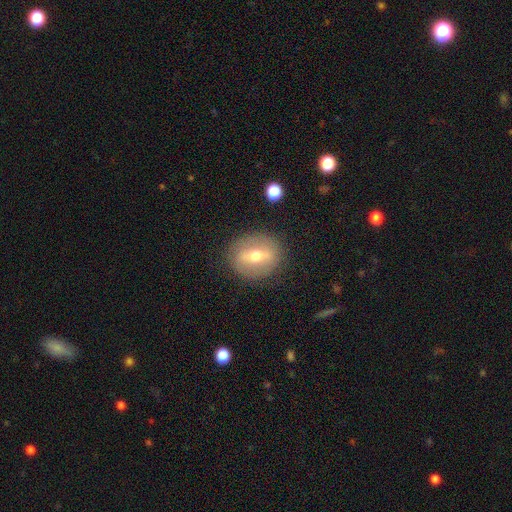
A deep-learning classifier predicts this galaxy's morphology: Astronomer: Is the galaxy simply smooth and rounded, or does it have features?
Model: featured or disk — 55% (runner-up: smooth, 37%).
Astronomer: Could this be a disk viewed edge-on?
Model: no — 83%.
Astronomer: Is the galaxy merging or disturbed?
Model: none — 85%.